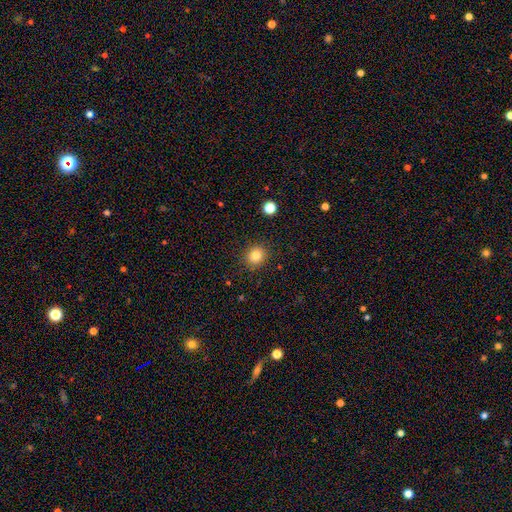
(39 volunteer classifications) Q: Smooth or featured?
A: smooth (90%); runner-up: featured or disk (5%)
Q: How rounded?
A: round (83%); runner-up: in between (17%)
Q: Merging?
A: none (92%); runner-up: minor disturbance (8%)